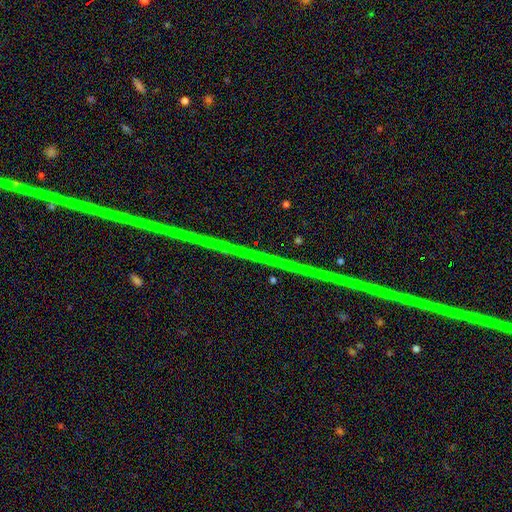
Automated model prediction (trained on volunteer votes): This is likely a star or artifact rather than a galaxy (79%).